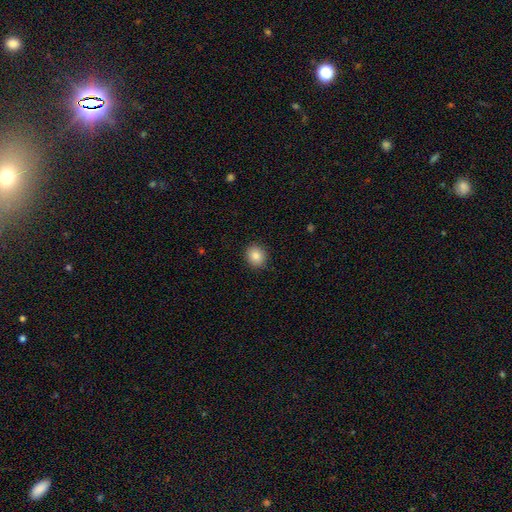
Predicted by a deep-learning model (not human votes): Smooth or featured? smooth (84%)
How rounded? round (78%)
Merging? none (90%)